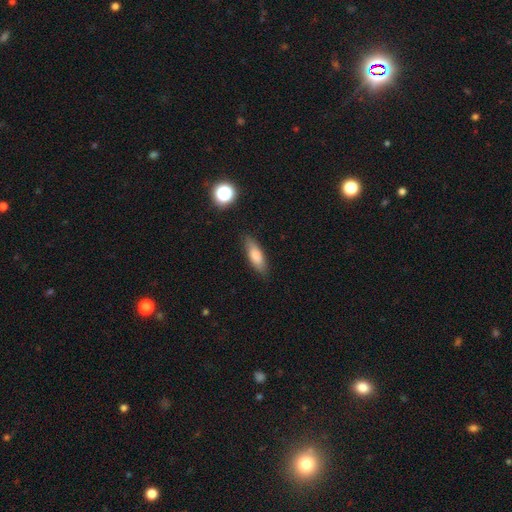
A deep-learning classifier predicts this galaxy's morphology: This is likely a smooth galaxy (78%). How rounded: possibly in between (56%). Merging: clearly none (82%).